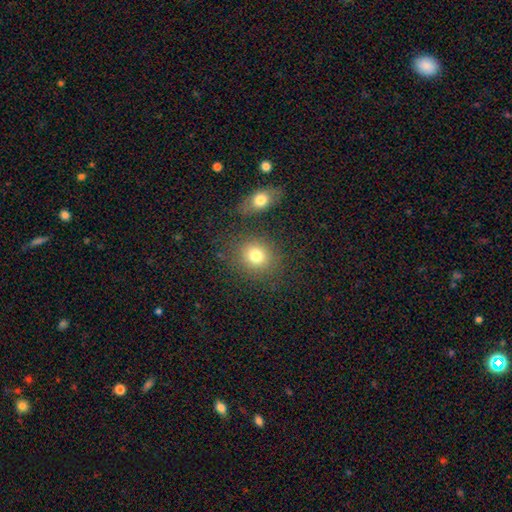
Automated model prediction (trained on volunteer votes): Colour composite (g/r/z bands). It shows a smooth galaxy with no disk features (79%) that is round (72%). Merging: none (76%).